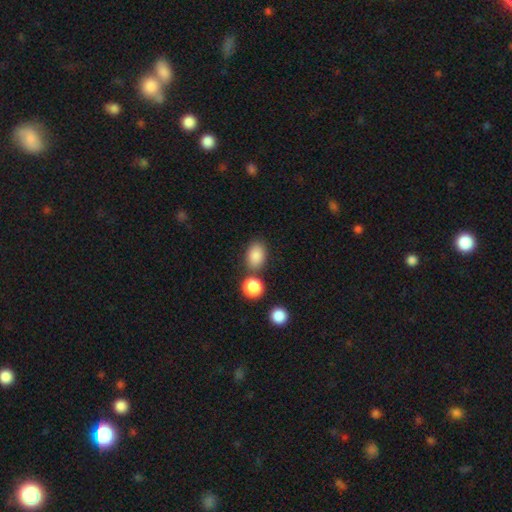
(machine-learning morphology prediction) type=smooth (86%); roundness=in between (76%); merging=none (67%).